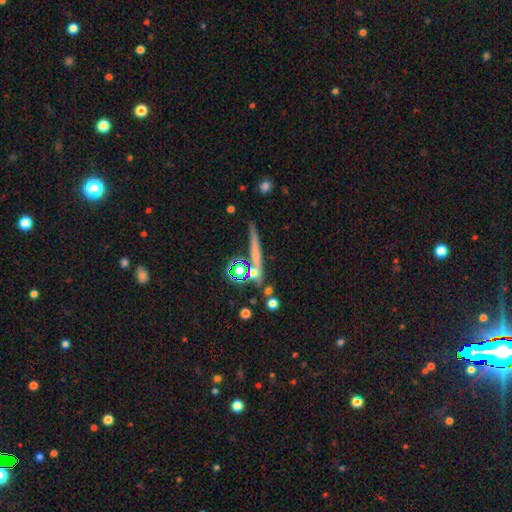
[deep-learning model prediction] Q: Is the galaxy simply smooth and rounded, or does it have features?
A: smooth — 43%.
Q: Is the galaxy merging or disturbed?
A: none — 80%.